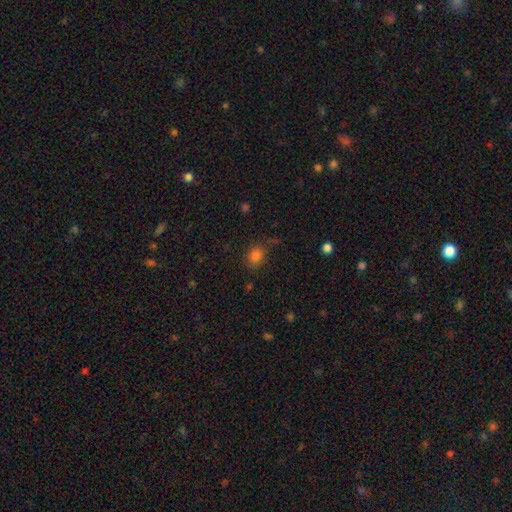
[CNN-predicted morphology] type=smooth (80%); roundness=round (59%); merging=none (74%).